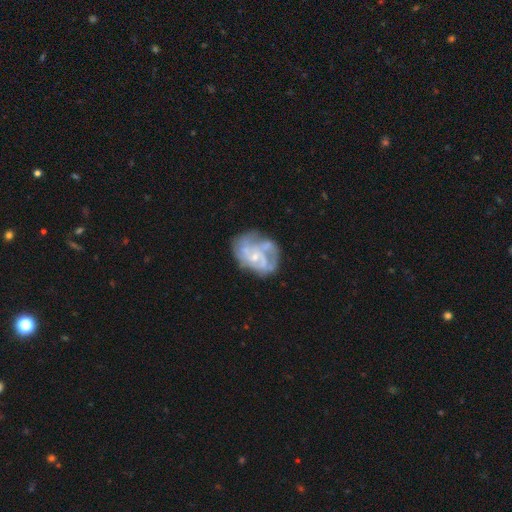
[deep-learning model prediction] Smooth or featured? Predicted: featured or disk (p=0.76). Edge-on disk? Predicted: no (p=0.98). Bar? Predicted: no (p=0.75). Spiral arms? Predicted: yes (p=0.70). Spiral winding? Predicted: tight (p=0.41, tied with medium). Spiral arm count? Predicted: can't tell (p=0.39). Bulge size? Predicted: small (p=0.66). Merging? Predicted: none (p=0.45).